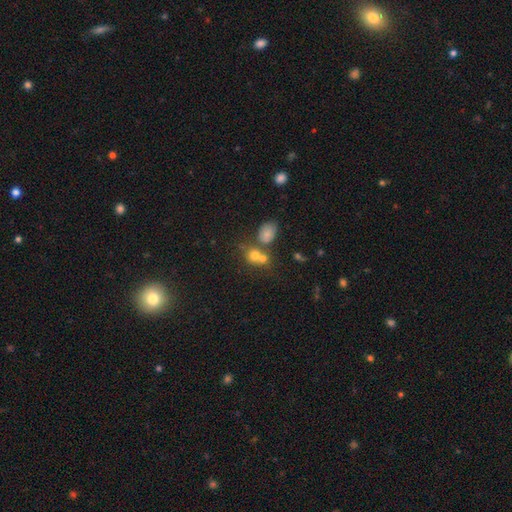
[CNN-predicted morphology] smooth_or_featured: smooth (p=0.68) [alt: star or artifact p=0.18]
how_rounded: round (p=0.68) [alt: in between p=0.30]
merging: merger (p=0.43) [alt: none p=0.42]